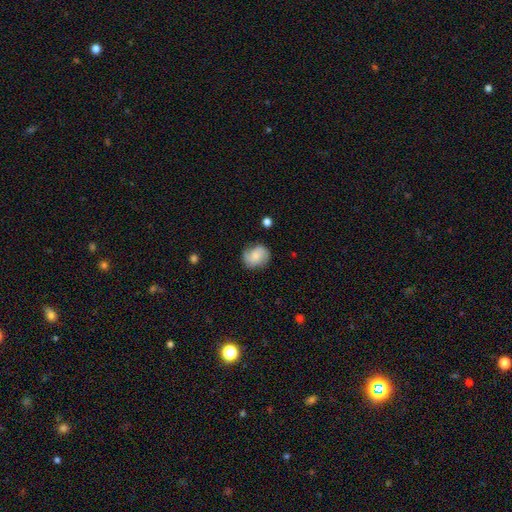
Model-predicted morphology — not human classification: Smooth or featured: smooth — 53% (featured or disk — 39%)
How rounded: round — 70% (in between — 29%)
Merging: none — 75% (minor disturbance — 18%)